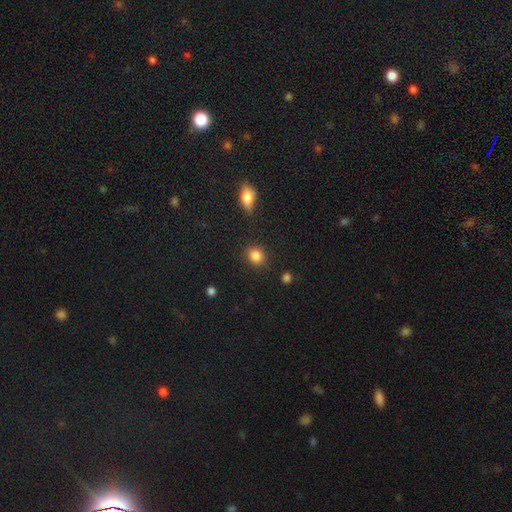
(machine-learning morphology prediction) A smooth galaxy with no disk features (86%) that is round (71%).

Vote fractions:
- Smooth or featured? smooth: 86% / star or artifact: 9% / featured or disk: 4%
- How rounded? round: 71% / in between: 27% / cigar-shaped: 1%
- Merging? none: 86% / minor disturbance: 9% / major disturbance: 3% / merger: 2%